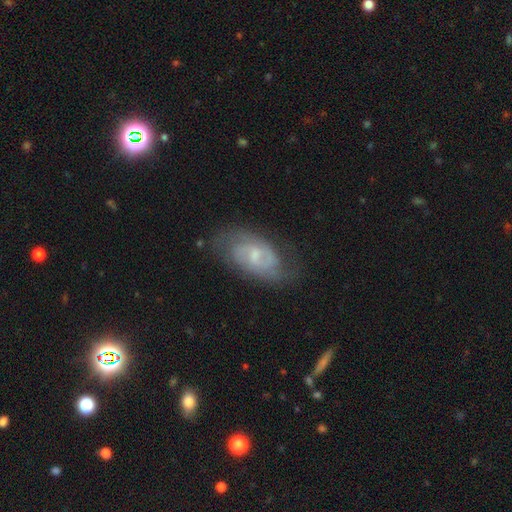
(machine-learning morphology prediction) This appears to be a featured or disk galaxy (76%) with a weak bar (54%), 2 (68%) medium (46%) spiral arms (91%) and a small central bulge (50%). Merging: none (69%).